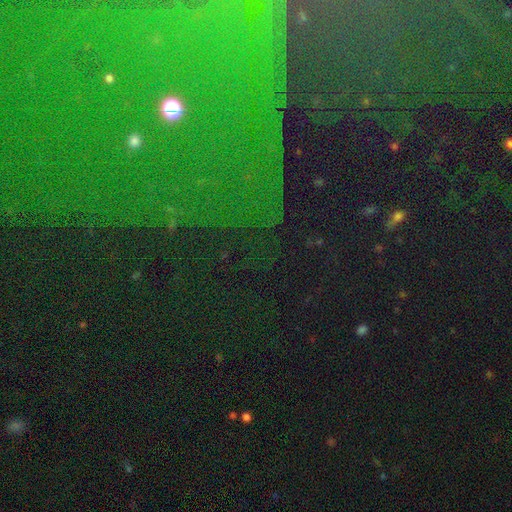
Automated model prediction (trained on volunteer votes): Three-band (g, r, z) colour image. It shows a star or artifact, not a galaxy (81%).